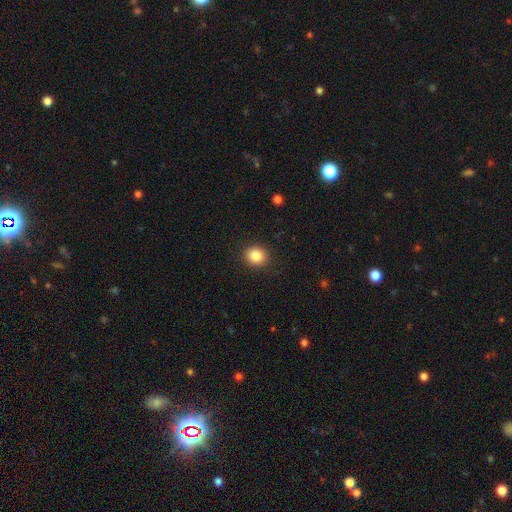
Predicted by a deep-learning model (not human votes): This is clearly a smooth galaxy (86%). How rounded: likely round (79%). Merging: clearly none (90%).